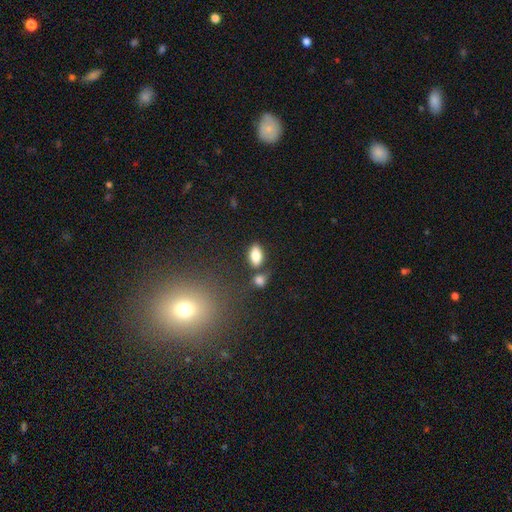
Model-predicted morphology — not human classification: Overall: smooth (83%). How rounded: in between (90%). Merging: none (71%).